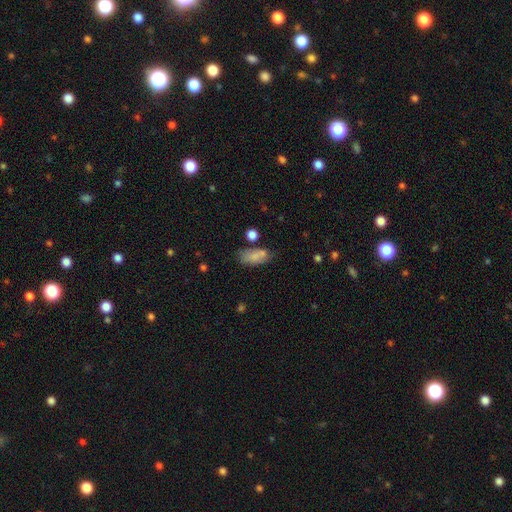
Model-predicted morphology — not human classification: Q: Smooth or featured?
A: smooth (77%); runner-up: featured or disk (14%)
Q: How rounded?
A: in between (87%); runner-up: cigar-shaped (8%)
Q: Merging?
A: none (52%); runner-up: minor disturbance (24%)